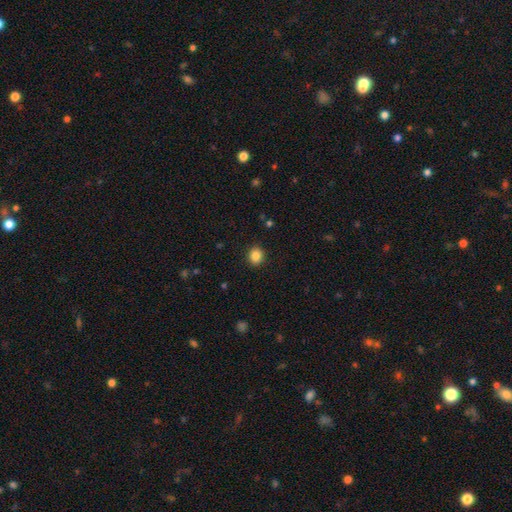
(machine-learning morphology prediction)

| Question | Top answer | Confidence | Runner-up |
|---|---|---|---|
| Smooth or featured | smooth | 86% | star or artifact (10%) |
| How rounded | round | 75% | in between (24%) |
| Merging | none | 90% | minor disturbance (6%) |